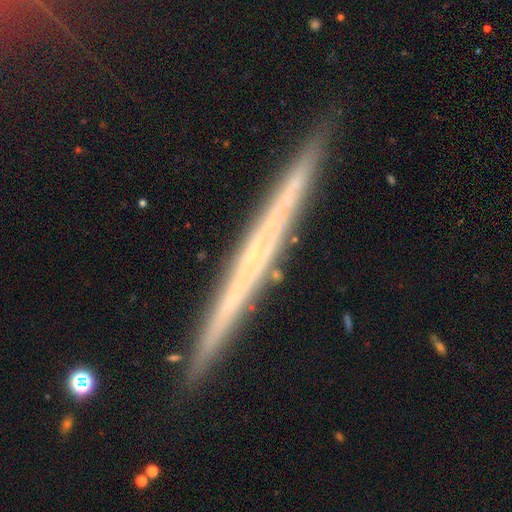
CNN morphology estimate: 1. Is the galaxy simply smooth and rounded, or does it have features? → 69% featured or disk, 21% smooth, 10% star or artifact.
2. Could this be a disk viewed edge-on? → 97% yes, 3% no.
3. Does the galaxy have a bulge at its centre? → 85% none, 11% rounded, 4% boxy.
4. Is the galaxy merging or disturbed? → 90% none, 7% minor disturbance, 1% major disturbance, 1% merger.